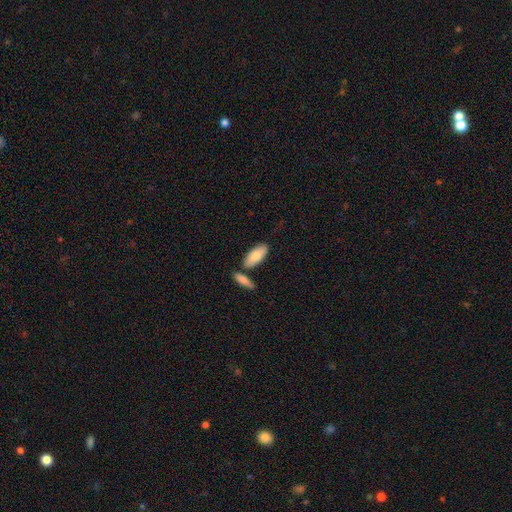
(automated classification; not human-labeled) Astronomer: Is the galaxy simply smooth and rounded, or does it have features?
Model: smooth — 83%.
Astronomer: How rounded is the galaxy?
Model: in between — 84%.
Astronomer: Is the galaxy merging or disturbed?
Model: none — 70%.